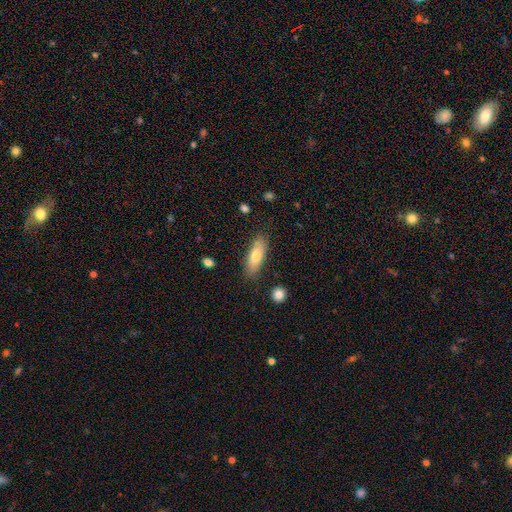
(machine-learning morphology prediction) Q: Smooth or featured?
A: smooth (73%); runner-up: featured or disk (21%)
Q: How rounded?
A: in between (65%); runner-up: cigar-shaped (32%)
Q: Merging?
A: none (82%); runner-up: minor disturbance (13%)